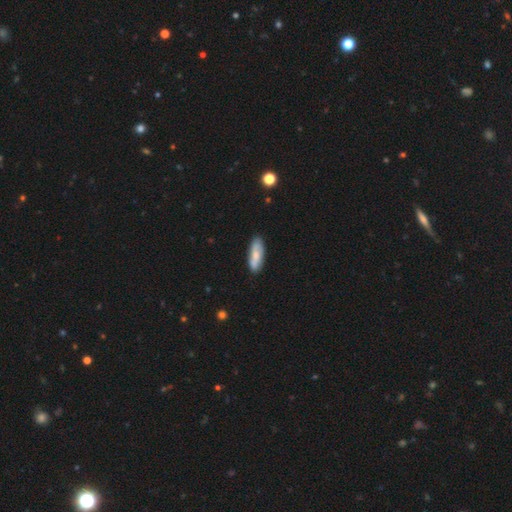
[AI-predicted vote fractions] smooth 66%, featured or disk 28%, star or artifact 6%. Down the decision tree: how rounded — in between (56%); merging — none (81%).